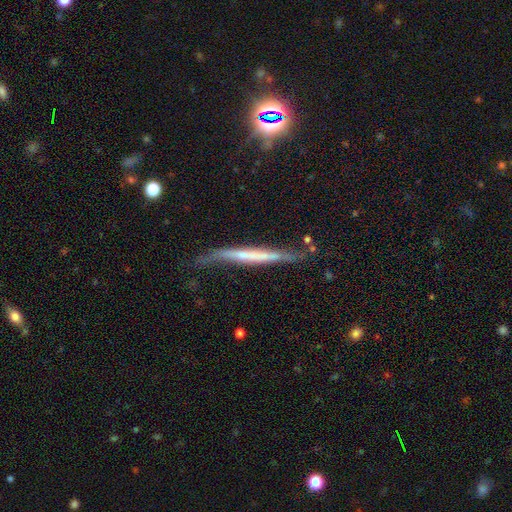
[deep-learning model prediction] This appears to be a featured or disk galaxy (62%) viewed edge-on (84%) with no central bulge (63%). Merging: none (51%).